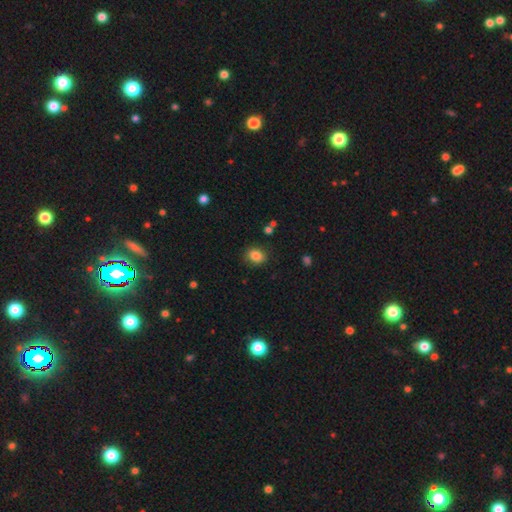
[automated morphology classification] Smooth or featured? smooth (85%)
How rounded? round (51%)
Merging? none (84%)